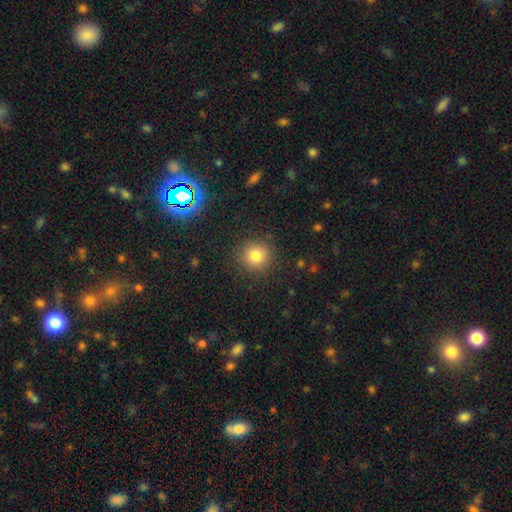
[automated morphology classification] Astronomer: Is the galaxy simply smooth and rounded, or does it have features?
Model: smooth — 81%.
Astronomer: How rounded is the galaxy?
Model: round — 90%.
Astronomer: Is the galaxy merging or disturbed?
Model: none — 88%.